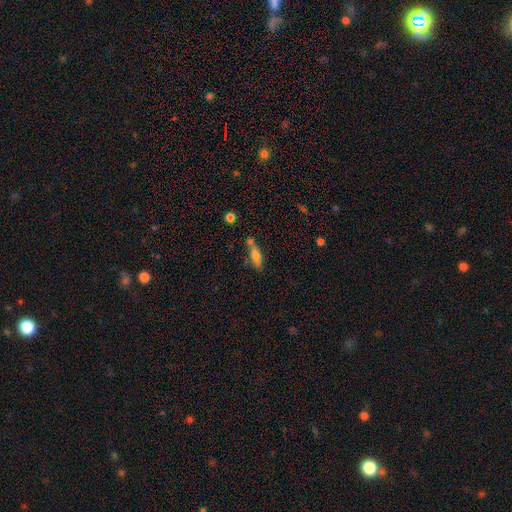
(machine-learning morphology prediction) Overall: smooth (66%). How rounded: in between (48%, tied with cigar-shaped). Merging: none (52%; merger 22%).